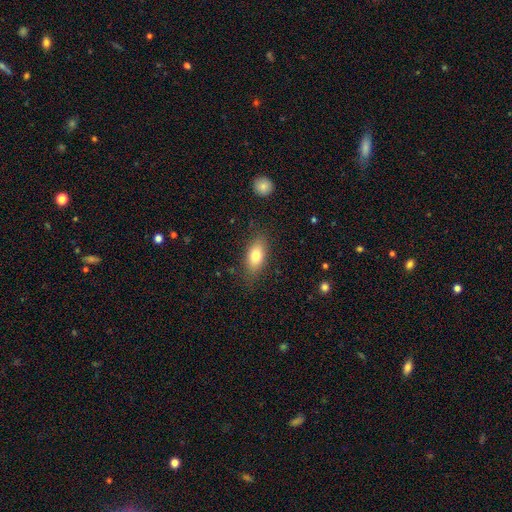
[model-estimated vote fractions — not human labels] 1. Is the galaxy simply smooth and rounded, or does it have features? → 77% smooth, 15% featured or disk, 8% star or artifact.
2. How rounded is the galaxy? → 85% in between, 9% cigar-shaped, 7% round.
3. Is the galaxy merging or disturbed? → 82% none, 13% minor disturbance, 4% major disturbance, 1% merger.